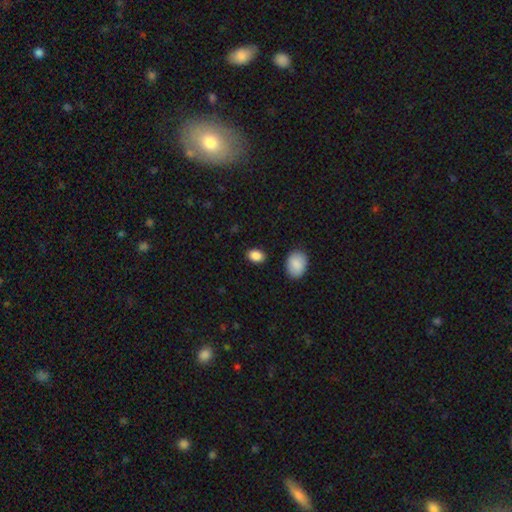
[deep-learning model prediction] Overall: smooth (88%). How rounded: in between (77%). Merging: none (87%).